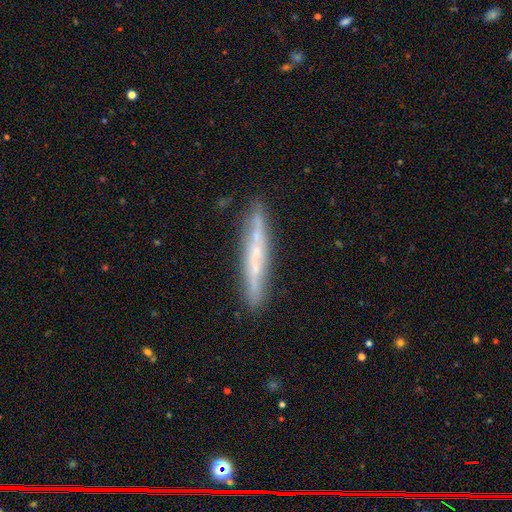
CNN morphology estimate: featured or disk 62%, smooth 31%, star or artifact 7%. Down the decision tree: edge-on disk — yes (87%); edge-on bulge — none (58%); merging — none (86%).